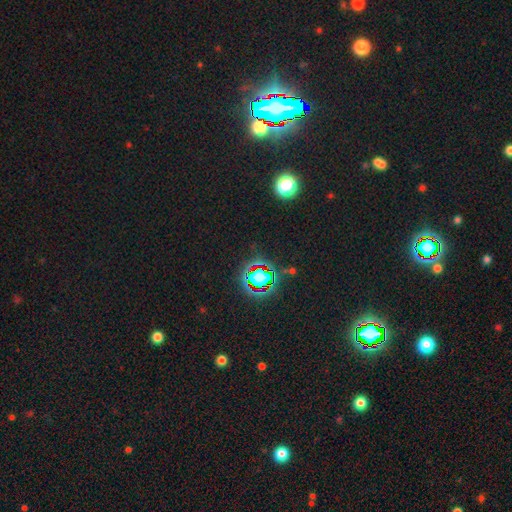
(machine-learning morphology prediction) Smooth or featured?
  - star or artifact: 83% *
  - smooth: 11%
  - featured or disk: 7%